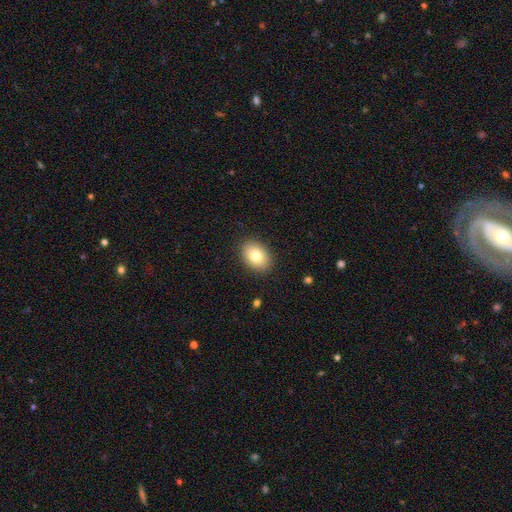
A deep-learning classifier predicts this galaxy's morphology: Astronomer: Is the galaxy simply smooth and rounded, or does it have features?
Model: smooth — 81%.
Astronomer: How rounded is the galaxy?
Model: in between — 75%.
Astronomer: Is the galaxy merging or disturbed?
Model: none — 89%.